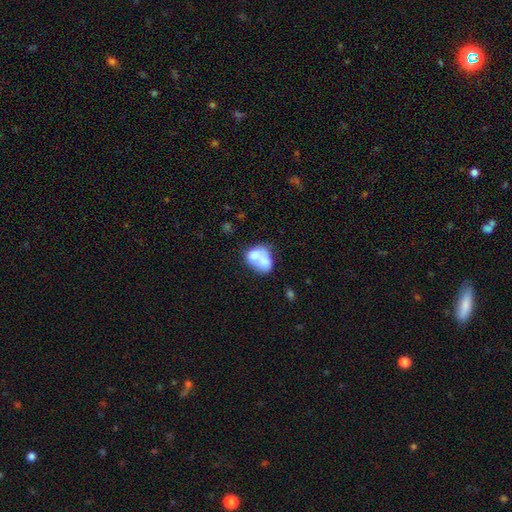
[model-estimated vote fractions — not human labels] The model was most divided on "how rounded": in between: 65%, round: 33%, cigar-shaped: 1%. More confident: smooth or featured — smooth (67%); merging — merger (65%).